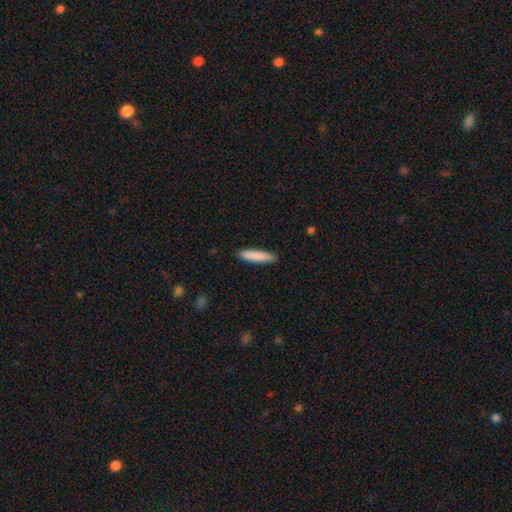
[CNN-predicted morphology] type=smooth (86%); roundness=cigar-shaped (87%); merging=none (89%).